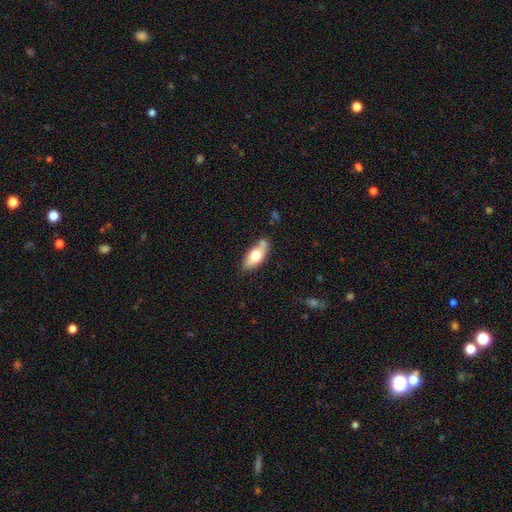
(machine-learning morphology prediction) Q: Smooth or featured?
A: smooth (68%); runner-up: featured or disk (25%)
Q: How rounded?
A: in between (85%); runner-up: cigar-shaped (12%)
Q: Merging?
A: none (63%); runner-up: minor disturbance (22%)